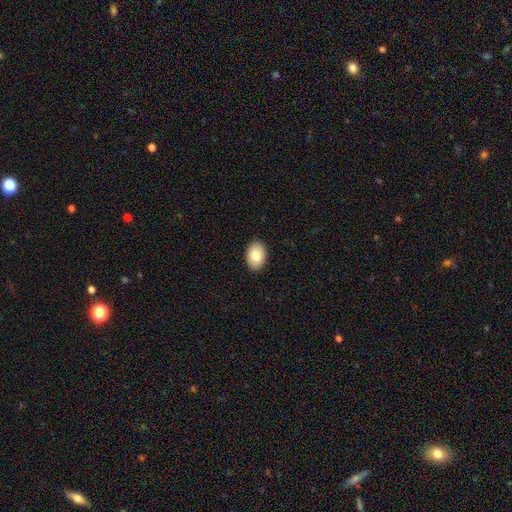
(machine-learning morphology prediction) This appears to be a smooth galaxy with no disk features (79%) that is in between round and cigar-shaped (84%). Merging: none (90%).